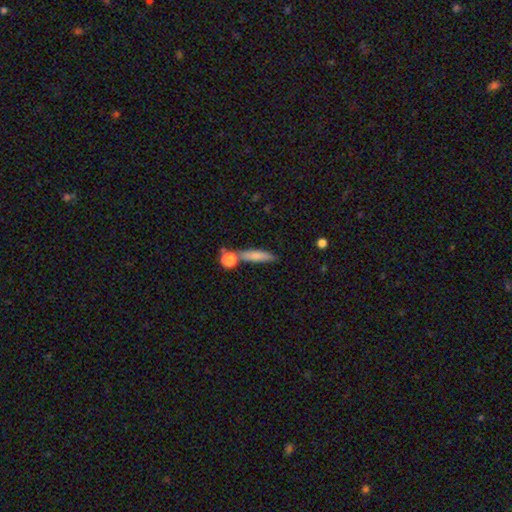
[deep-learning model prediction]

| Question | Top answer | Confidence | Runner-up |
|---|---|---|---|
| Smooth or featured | smooth | 75% | featured or disk (17%) |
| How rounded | cigar-shaped | 73% | in between (20%) |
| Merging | none | 67% | merger (15%) |